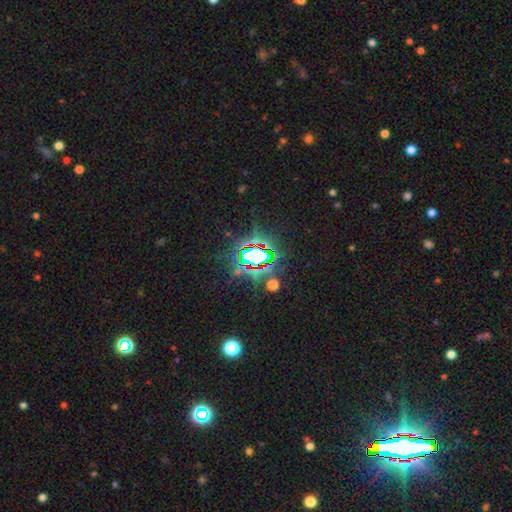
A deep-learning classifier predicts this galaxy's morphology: A star or artifact, not a galaxy (75%).